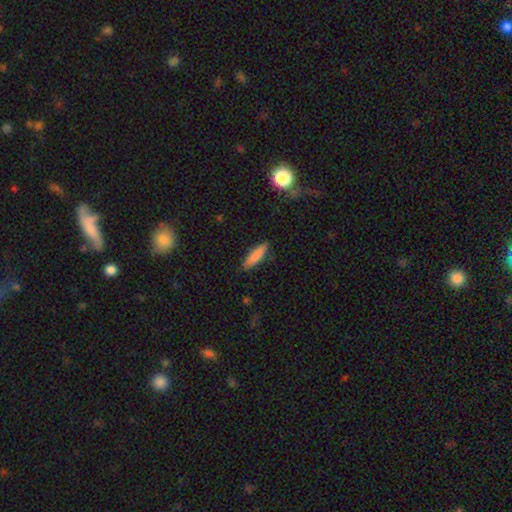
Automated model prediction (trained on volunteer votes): smooth 84%, featured or disk 9%, star or artifact 7%. Down the decision tree: how rounded — cigar-shaped (63%); merging — none (85%).